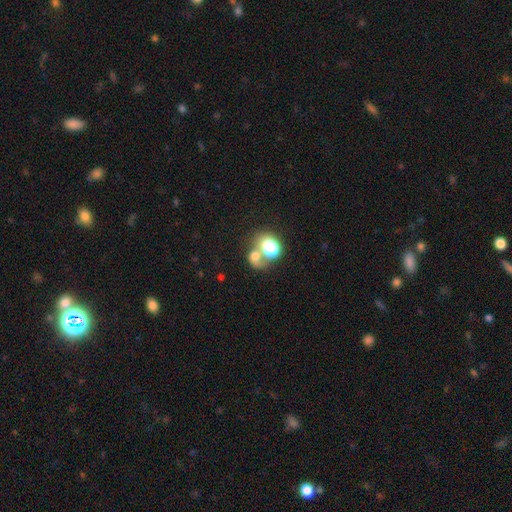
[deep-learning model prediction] The model was most divided on "how rounded": round: 51%, in between: 49%, cigar-shaped: 1%. More confident: smooth or featured — smooth (64%); merging — merger (64%).